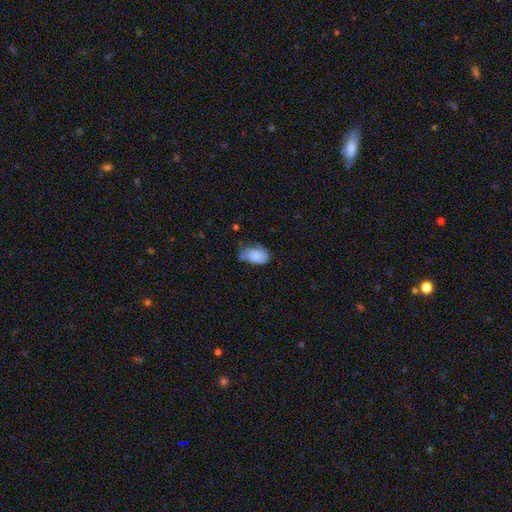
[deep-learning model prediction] Smooth or featured? Predicted: smooth (p=0.81). How rounded? Predicted: in between (p=0.88). Merging? Predicted: minor disturbance (p=0.43).